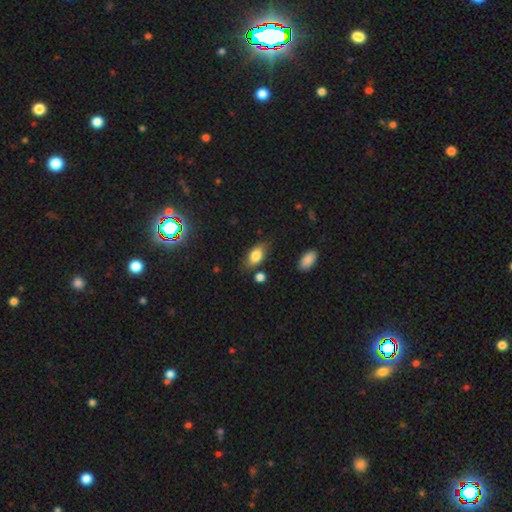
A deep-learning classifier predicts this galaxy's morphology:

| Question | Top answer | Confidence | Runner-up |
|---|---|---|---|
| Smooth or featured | smooth | 78% | featured or disk (14%) |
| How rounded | in between | 88% | round (7%) |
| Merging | none | 74% | minor disturbance (18%) |